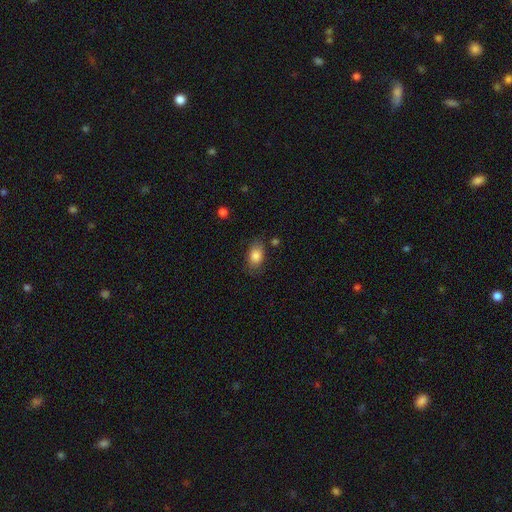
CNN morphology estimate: Overall: smooth (84%). How rounded: in between (84%). Merging: none (74%).